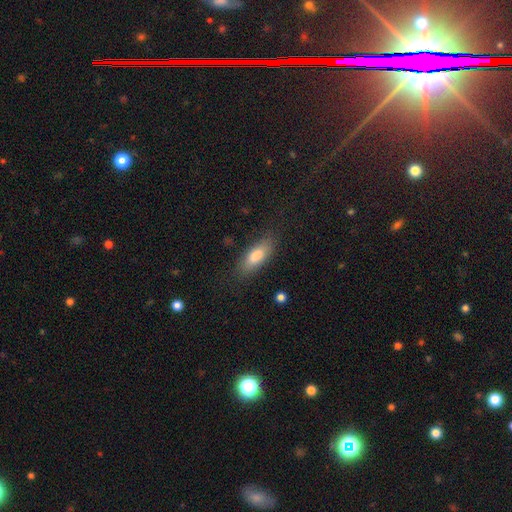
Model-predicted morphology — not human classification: This is clearly a smooth galaxy (80%). How rounded: likely in between (72%). Merging: likely none (79%).